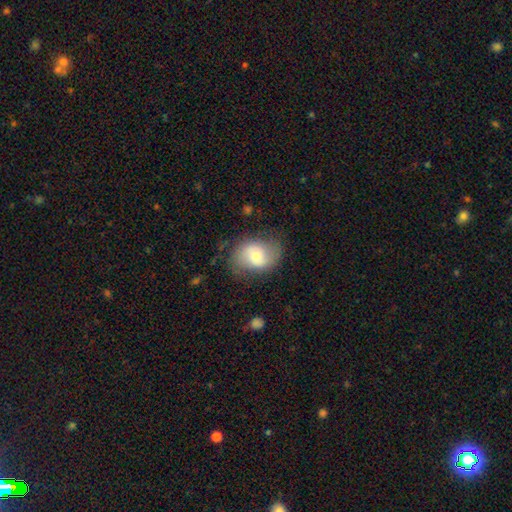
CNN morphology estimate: Smooth or featured? Predicted: smooth (p=0.49). Merging? Predicted: none (p=0.65).